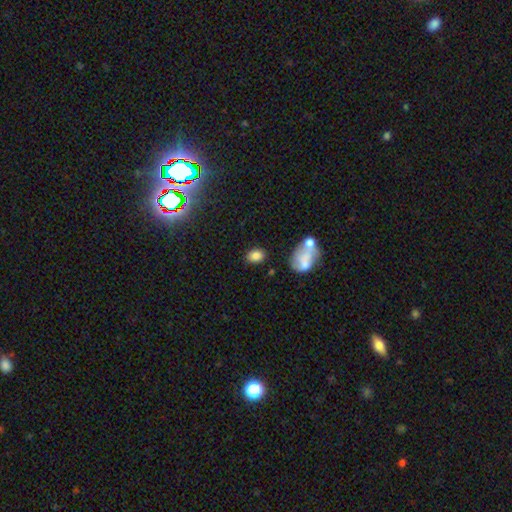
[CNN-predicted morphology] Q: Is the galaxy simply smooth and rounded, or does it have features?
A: smooth — 83%.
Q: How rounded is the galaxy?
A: in between — 73%.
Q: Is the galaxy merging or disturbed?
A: none — 75%.